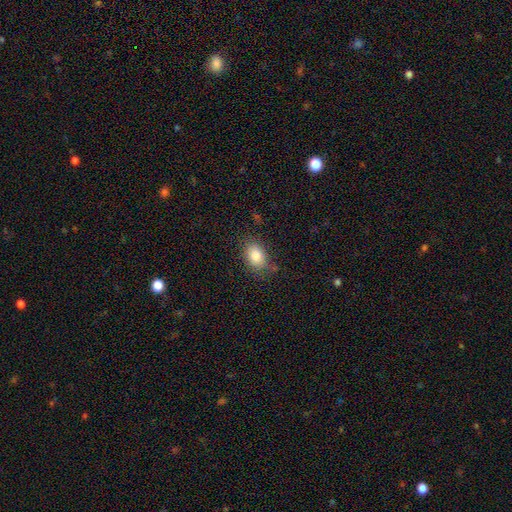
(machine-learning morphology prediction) smooth 83%, star or artifact 9%, featured or disk 8%. Down the decision tree: how rounded — in between (77%); merging — none (76%).